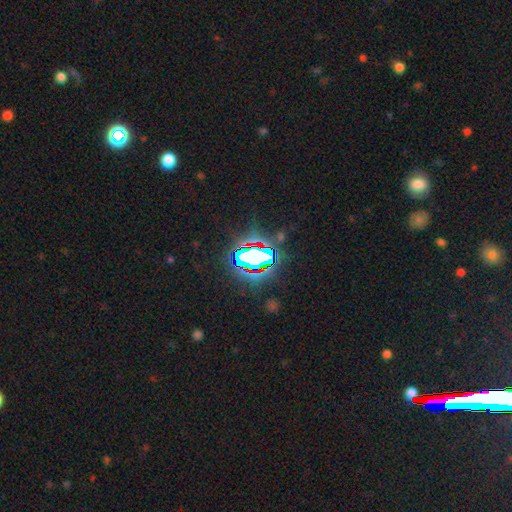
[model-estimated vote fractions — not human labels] The model was most divided on "smooth or featured": star or artifact: 72%, smooth: 17%, featured or disk: 11%.